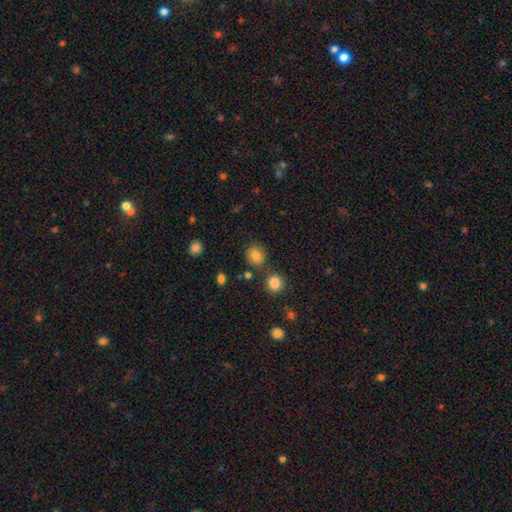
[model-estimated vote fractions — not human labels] smooth 80%, star or artifact 12%, featured or disk 8%. Down the decision tree: how rounded — round (66%); merging — none (76%).